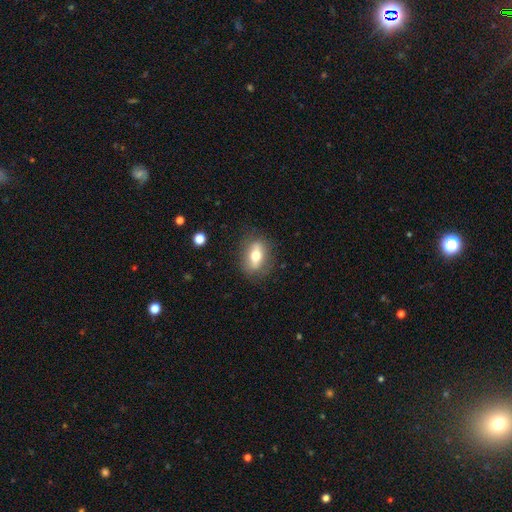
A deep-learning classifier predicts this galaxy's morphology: Smooth or featured?
  - smooth: 56% *
  - featured or disk: 36%
  - star or artifact: 8%
How rounded?
  - in between: 74% *
  - round: 13%
  - cigar-shaped: 13%
Merging?
  - none: 82% *
  - minor disturbance: 12%
  - major disturbance: 4%
  - merger: 1%